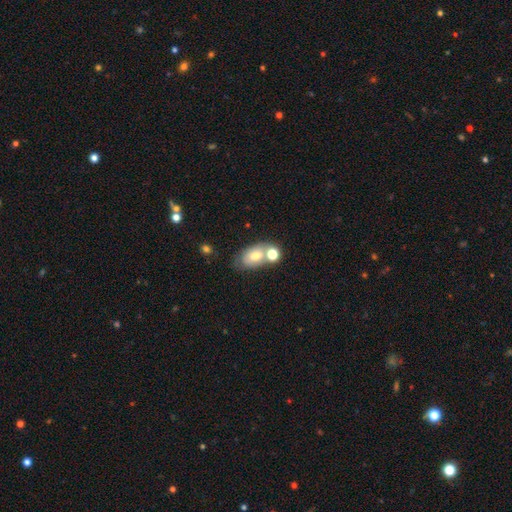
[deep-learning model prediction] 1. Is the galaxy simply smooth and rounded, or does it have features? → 66% smooth, 24% featured or disk, 10% star or artifact.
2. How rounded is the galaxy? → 84% in between, 14% round, 2% cigar-shaped.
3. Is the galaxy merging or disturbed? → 42% none, 36% merger, 16% minor disturbance, 7% major disturbance.